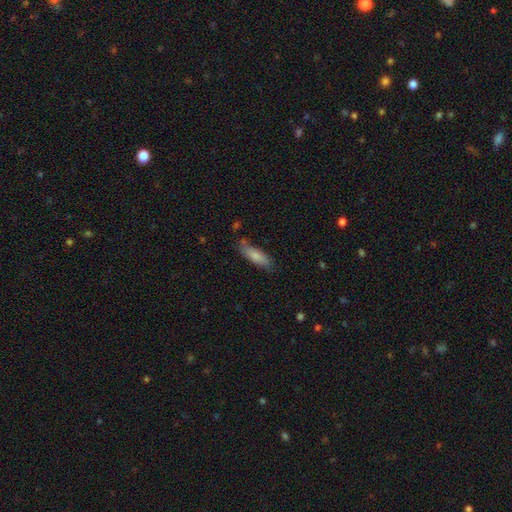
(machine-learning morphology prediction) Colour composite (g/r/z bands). It shows a smooth galaxy with no disk features (80%) that is in between round and cigar-shaped (52%). Merging: none (71%).